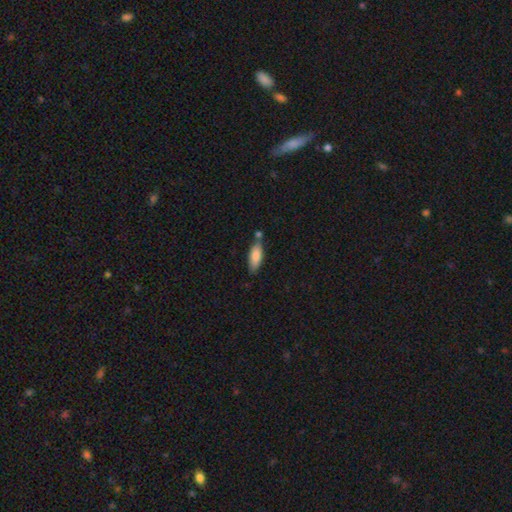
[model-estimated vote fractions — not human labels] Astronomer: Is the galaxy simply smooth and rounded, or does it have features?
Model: smooth — 83%.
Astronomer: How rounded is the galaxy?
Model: in between — 67%.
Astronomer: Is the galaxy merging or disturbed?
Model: none — 64%.